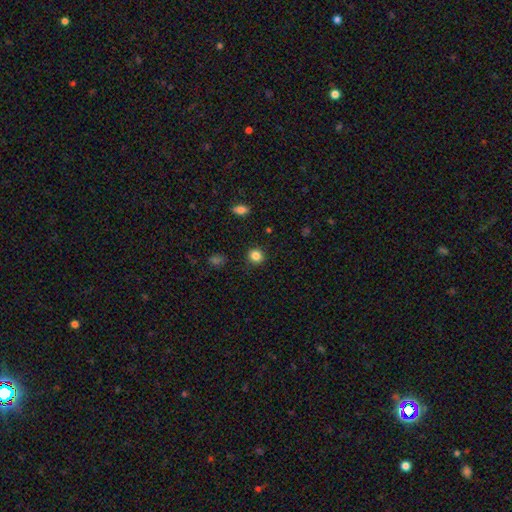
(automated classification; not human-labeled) Smooth or featured? Predicted: smooth (p=0.85). How rounded? Predicted: round (p=0.88). Merging? Predicted: none (p=0.90).